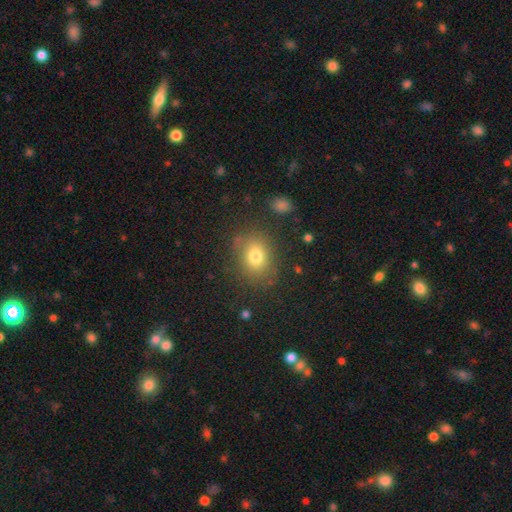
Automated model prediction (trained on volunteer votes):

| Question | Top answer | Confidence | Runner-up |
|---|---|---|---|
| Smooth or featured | smooth | 76% | star or artifact (13%) |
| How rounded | in between | 53% | round (46%) |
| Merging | none | 78% | minor disturbance (13%) |